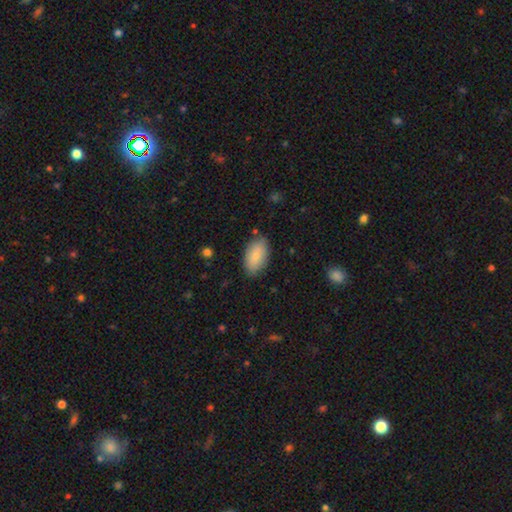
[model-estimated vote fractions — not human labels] smooth-or-featured: smooth: 83% | featured or disk: 10% | star or artifact: 6%
  how-rounded: in between: 94% | round: 4% | cigar-shaped: 2%
  merging: none: 81% | minor disturbance: 14% | major disturbance: 3% | merger: 2%